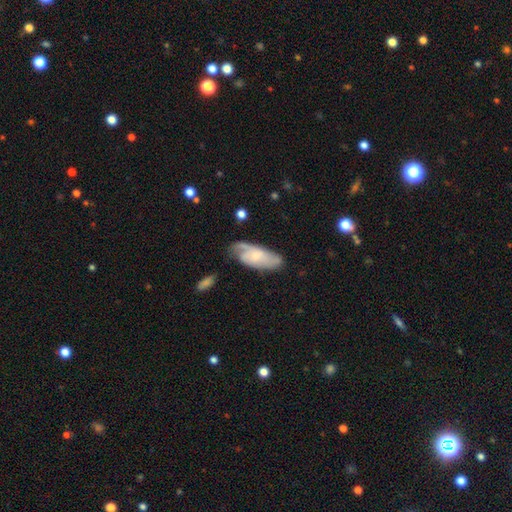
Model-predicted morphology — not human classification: smooth_or_featured: featured or disk (p=0.59) [alt: smooth p=0.35]
disk_edge_on: no (p=0.90) [alt: yes p=0.10]
bar: no (p=0.66) [alt: weak p=0.29]
has_spiral_arms: yes (p=0.85) [alt: no p=0.15]
bulge_size: small (p=0.58) [alt: moderate p=0.28]
merging: none (p=0.56) [alt: minor disturbance p=0.28]